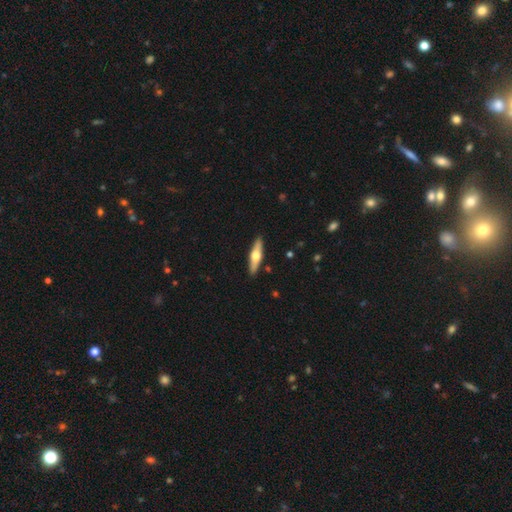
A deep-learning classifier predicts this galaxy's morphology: type=featured or disk (55%); edge-on=yes (94%); edge-on bulge=rounded (94%); merging=none (90%).